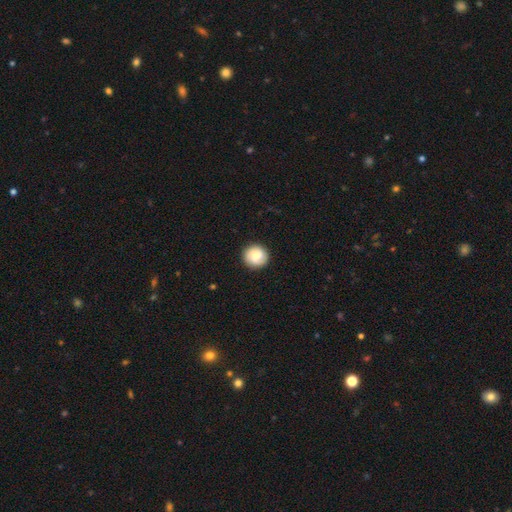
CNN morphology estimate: type=smooth (78%); roundness=round (94%); merging=none (89%).